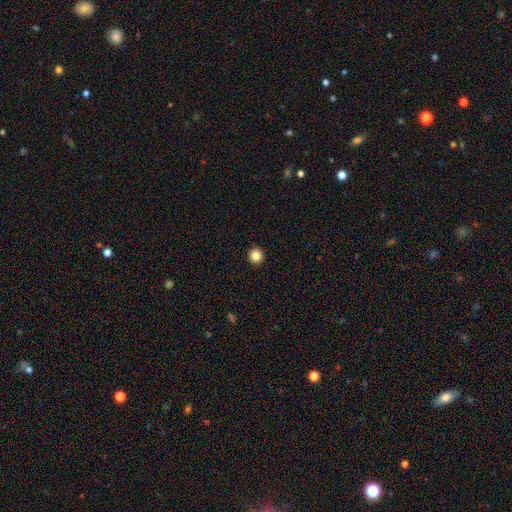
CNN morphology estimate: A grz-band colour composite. It shows a smooth galaxy with no disk features (85%) that is round (94%). Merging: none (94%).